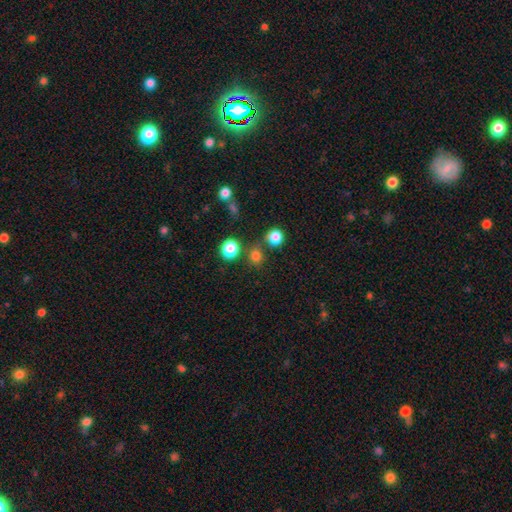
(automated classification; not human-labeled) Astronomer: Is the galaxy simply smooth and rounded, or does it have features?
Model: smooth — 76%.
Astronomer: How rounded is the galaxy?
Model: round — 84%.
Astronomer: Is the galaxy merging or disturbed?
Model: none — 74%.